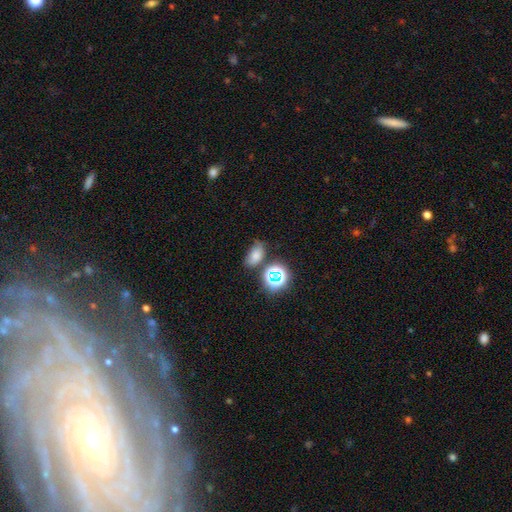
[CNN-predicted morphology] Smooth or featured: smooth — 69% (star or artifact — 21%)
How rounded: in between — 84% (round — 13%)
Merging: none — 60% (minor disturbance — 22%)